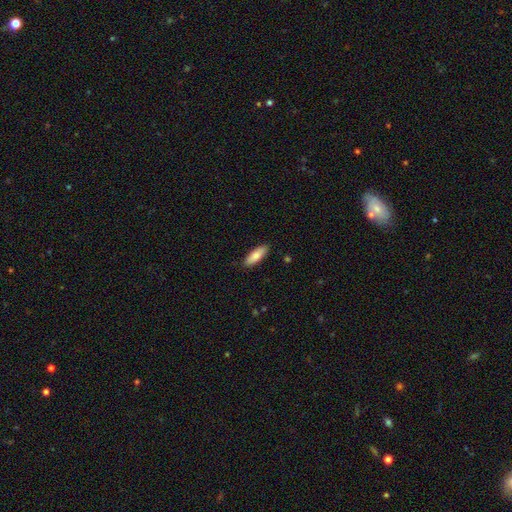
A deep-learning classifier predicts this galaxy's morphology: smooth 82%, featured or disk 12%, star or artifact 6%. Down the decision tree: how rounded — in between (62%); merging — none (89%).